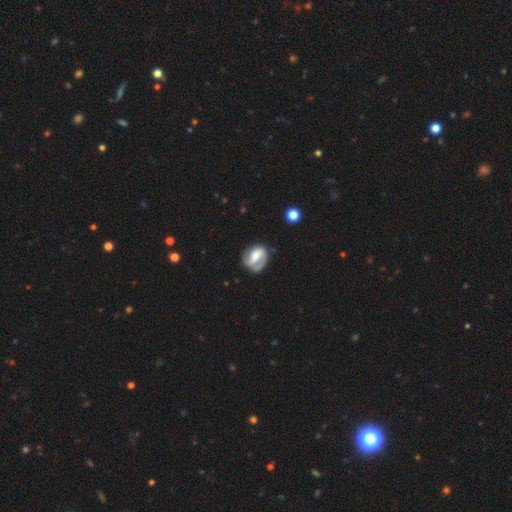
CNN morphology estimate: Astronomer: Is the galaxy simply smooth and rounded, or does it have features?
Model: featured or disk — 65%.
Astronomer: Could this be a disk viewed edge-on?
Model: no — 97%.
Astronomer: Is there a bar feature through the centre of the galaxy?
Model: weak — 44% (runner-up: no, 30%).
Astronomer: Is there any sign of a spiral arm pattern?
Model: yes — 86%.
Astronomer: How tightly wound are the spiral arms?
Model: medium — 41% (runner-up: tight, 35%).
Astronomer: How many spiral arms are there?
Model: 2 — 58%.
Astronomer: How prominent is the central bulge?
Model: moderate — 53% (runner-up: small, 35%).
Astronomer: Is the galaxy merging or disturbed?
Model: none — 64%.